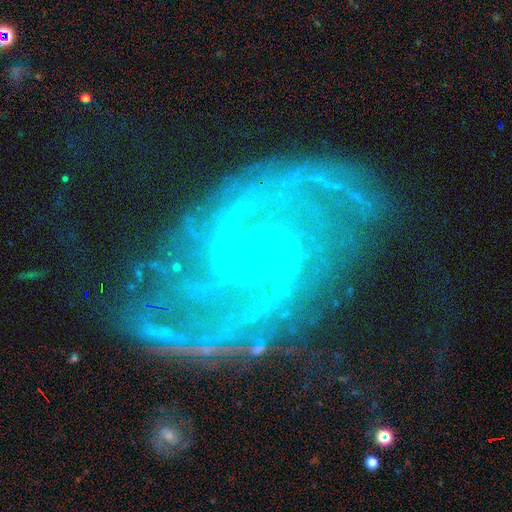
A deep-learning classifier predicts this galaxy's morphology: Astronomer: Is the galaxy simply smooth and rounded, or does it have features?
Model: featured or disk — 92%.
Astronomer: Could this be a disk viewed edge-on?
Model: no — 98%.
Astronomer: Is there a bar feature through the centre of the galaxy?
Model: no — 65%.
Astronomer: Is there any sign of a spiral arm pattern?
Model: yes — 99%.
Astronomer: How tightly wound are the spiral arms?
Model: tight — 47% (runner-up: medium, 44%).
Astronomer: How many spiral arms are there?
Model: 2 — 71%.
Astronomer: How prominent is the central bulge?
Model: small — 88%.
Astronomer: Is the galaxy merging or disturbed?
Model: none — 64%.